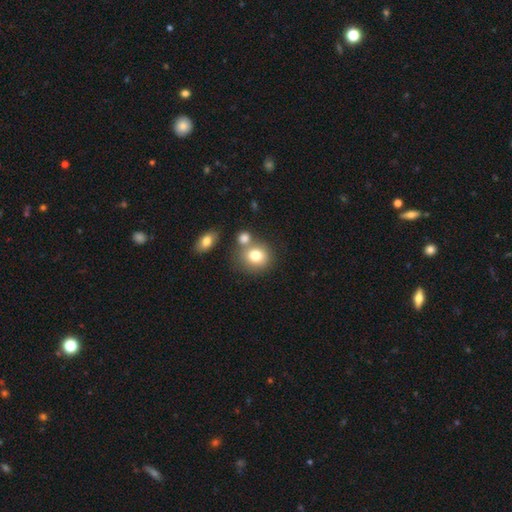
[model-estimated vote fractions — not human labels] Morphology: type=smooth (78%); roundness=round (76%); merging=none (57%).